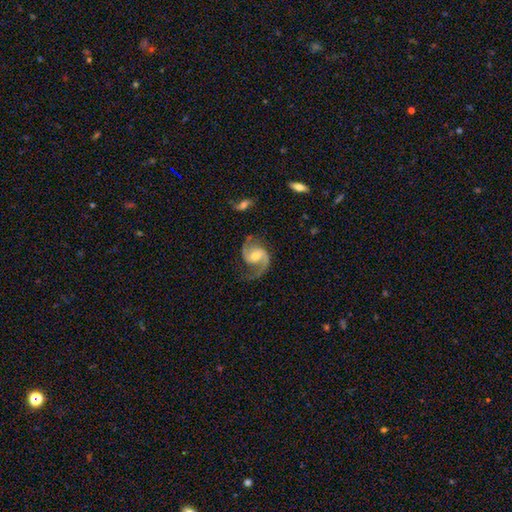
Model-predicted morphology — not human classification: Smooth or featured?
  - featured or disk: 91% *
  - star or artifact: 4%
  - smooth: 4%
Edge-on disk?
  - no: 98% *
  - yes: 2%
Bar?
  - weak: 43% * (tied)
  - no: 43% * (tied)
  - strong: 14%
Spiral arms?
  - yes: 98% *
  - no: 2%
Spiral winding?
  - medium: 57% *
  - loose: 29%
  - tight: 14%
Spiral arm count?
  - 2: 92% *
  - 1: 4%
  - can't tell: 2%
  - 3: 1%
  - 4: 1%
  - more than 4: 1%
Bulge size?
  - moderate: 58% *
  - small: 34%
  - large: 5%
  - none: 3%
  - dominant: 1%
Merging?
  - none: 74% *
  - minor disturbance: 15%
  - major disturbance: 9%
  - merger: 2%